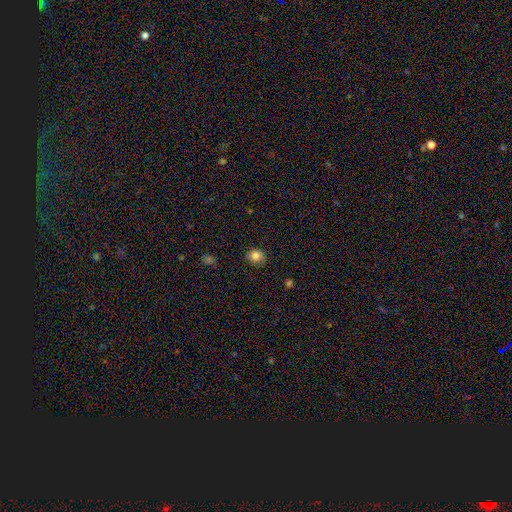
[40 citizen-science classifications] Q: Smooth or featured?
A: smooth (78%); runner-up: featured or disk (18%)
Q: How rounded?
A: round (74%); runner-up: in between (26%)
Q: Merging?
A: none (82%); runner-up: minor disturbance (16%)